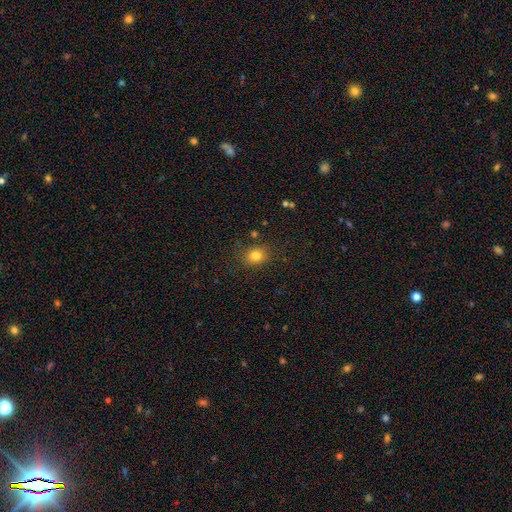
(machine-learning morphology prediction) Q: Smooth or featured?
A: smooth (80%); runner-up: star or artifact (13%)
Q: How rounded?
A: round (66%); runner-up: in between (33%)
Q: Merging?
A: none (82%); runner-up: minor disturbance (12%)